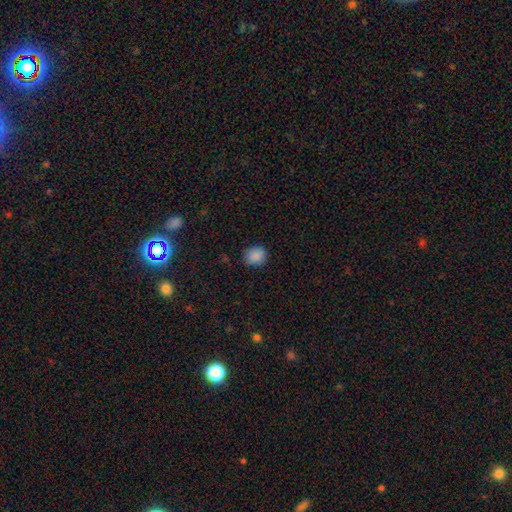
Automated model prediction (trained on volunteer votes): smooth 87%, star or artifact 9%, featured or disk 3%. Down the decision tree: how rounded — round (68%); merging — none (84%).